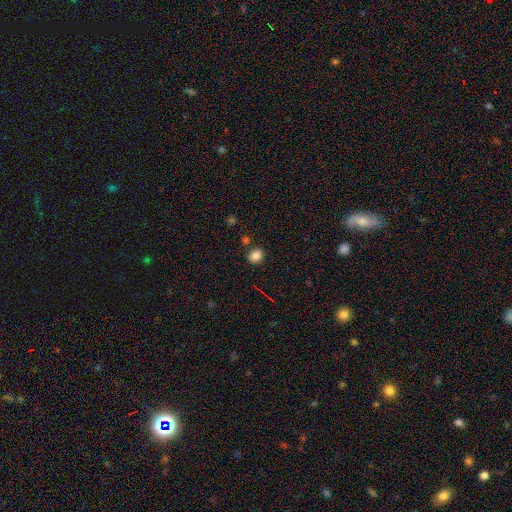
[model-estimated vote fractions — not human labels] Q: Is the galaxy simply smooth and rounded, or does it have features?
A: smooth — 83%.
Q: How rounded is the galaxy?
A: round — 72%.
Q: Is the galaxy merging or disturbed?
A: none — 85%.